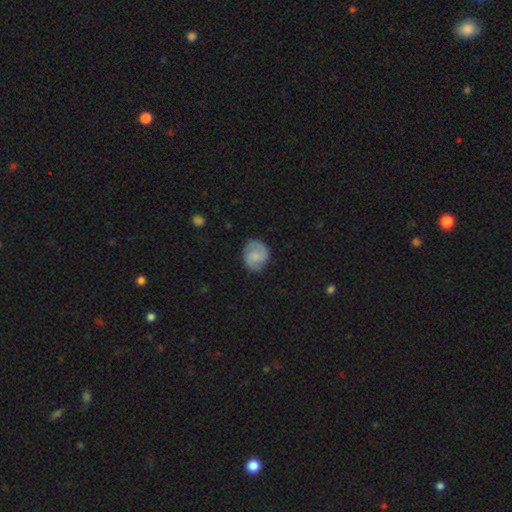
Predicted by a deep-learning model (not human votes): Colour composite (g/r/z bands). It shows a featured or disk galaxy (49%). Merging: none (77%).